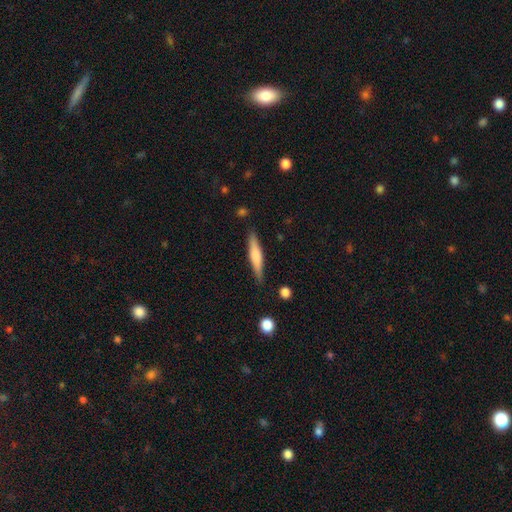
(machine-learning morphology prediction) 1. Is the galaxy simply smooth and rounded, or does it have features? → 55% smooth, 39% featured or disk, 6% star or artifact.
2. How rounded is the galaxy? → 88% cigar-shaped, 10% in between, 2% round.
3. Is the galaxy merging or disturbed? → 86% none, 10% minor disturbance, 2% major disturbance, 2% merger.